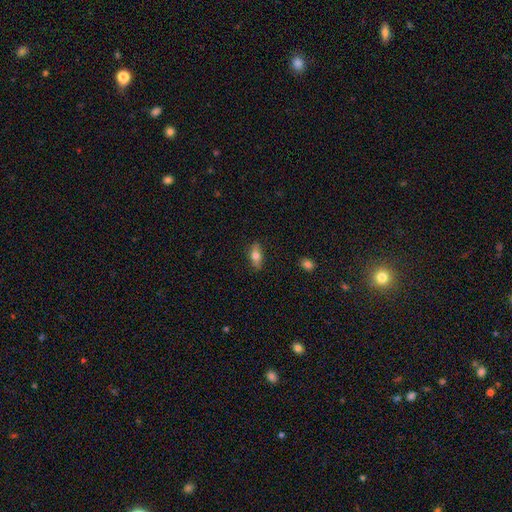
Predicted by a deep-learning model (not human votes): This appears to be a smooth galaxy with no disk features (70%) that is in between round and cigar-shaped (77%). Merging: none (85%).